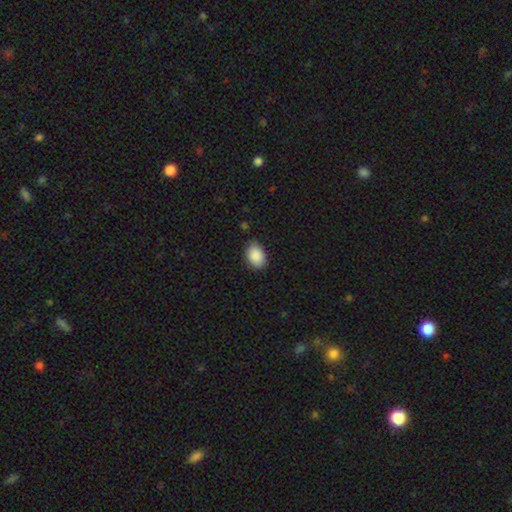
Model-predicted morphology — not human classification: smooth_or_featured: smooth (p=0.90) [alt: star or artifact p=0.07]
how_rounded: in between (p=0.83) [alt: round p=0.15]
merging: none (p=0.83) [alt: minor disturbance p=0.14]